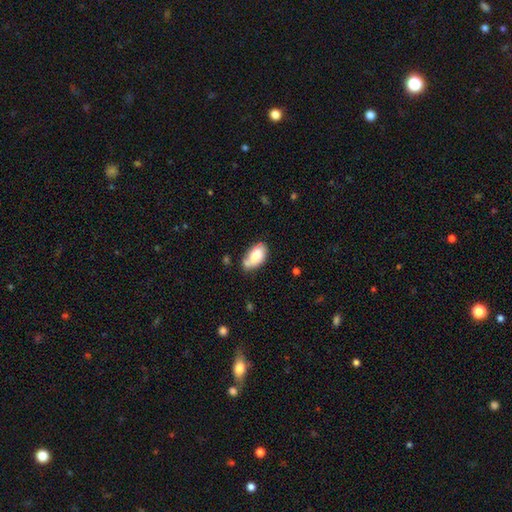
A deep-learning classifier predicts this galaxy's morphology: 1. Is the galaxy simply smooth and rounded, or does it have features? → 75% smooth, 17% featured or disk, 7% star or artifact.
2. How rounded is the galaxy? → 94% in between, 4% round, 2% cigar-shaped.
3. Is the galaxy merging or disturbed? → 54% none, 29% minor disturbance, 9% merger, 8% major disturbance.